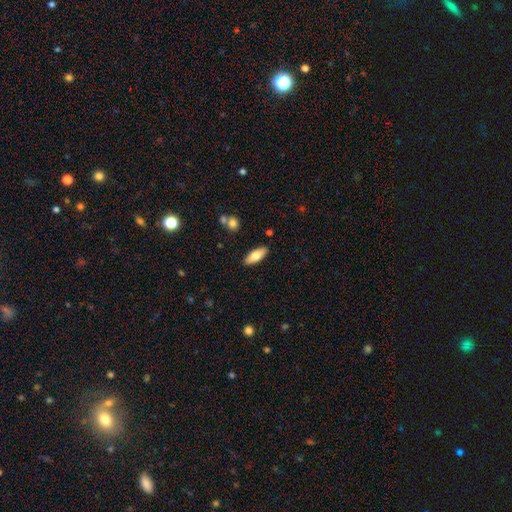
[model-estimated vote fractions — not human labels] Smooth or featured? smooth (73%)
How rounded? in between (73%)
Merging? none (87%)